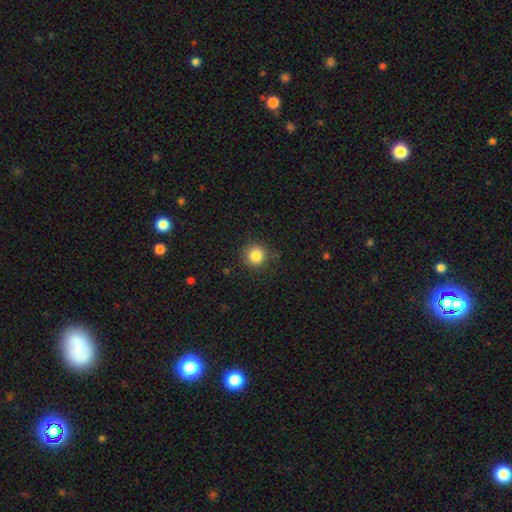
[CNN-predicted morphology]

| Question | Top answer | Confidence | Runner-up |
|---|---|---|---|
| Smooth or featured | smooth | 85% | star or artifact (11%) |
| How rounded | round | 93% | in between (6%) |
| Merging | none | 85% | minor disturbance (11%) |